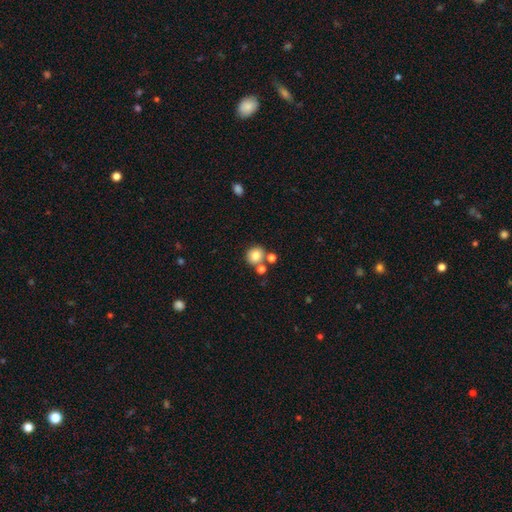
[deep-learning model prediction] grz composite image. It shows a smooth galaxy with no disk features (81%) that is round (86%). Merging: none (67%).